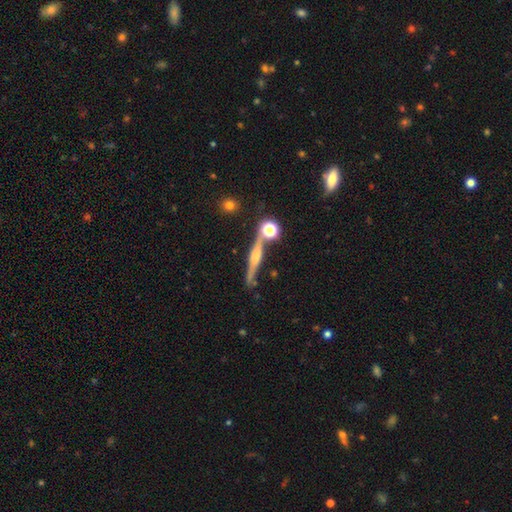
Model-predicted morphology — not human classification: Overall: featured or disk (70%). Edge-on disk: yes (95%). Edge-on bulge: rounded (69%). Merging: none (76%).